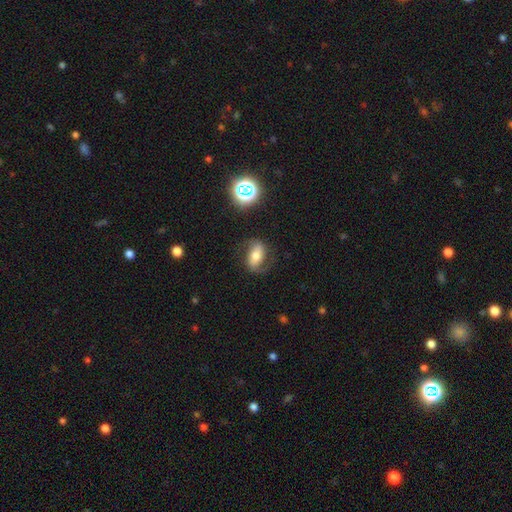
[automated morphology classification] Smooth or featured? featured or disk (57%)
Edge-on disk? no (94%)
Bar? strong (38%)
Spiral arms? yes (86%)
Bulge size? moderate (62%)
Merging? none (70%)